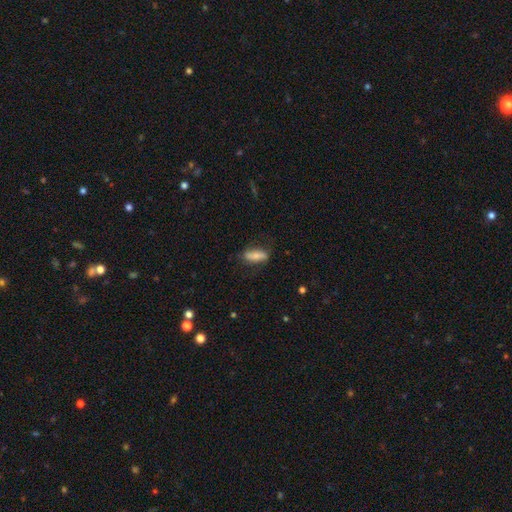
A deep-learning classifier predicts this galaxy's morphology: Smooth or featured? smooth (68%)
How rounded? in between (66%)
Merging? none (73%)